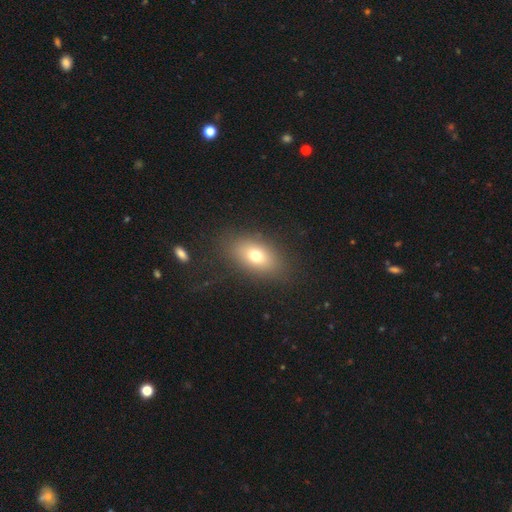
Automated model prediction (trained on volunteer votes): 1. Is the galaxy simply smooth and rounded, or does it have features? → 71% smooth, 17% featured or disk, 12% star or artifact.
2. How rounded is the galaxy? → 81% in between, 16% round, 3% cigar-shaped.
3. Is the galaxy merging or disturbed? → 83% none, 10% minor disturbance, 6% major disturbance, 2% merger.